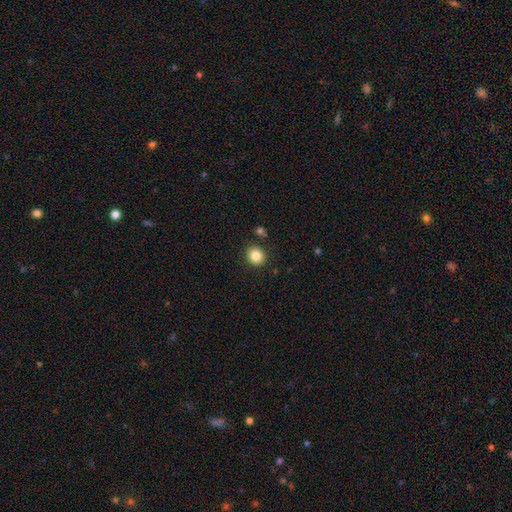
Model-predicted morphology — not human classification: A smooth galaxy with no disk features (84%) that is round (79%).

Vote fractions:
- Smooth or featured? smooth: 84% / star or artifact: 10% / featured or disk: 6%
- How rounded? round: 79% / in between: 20% / cigar-shaped: 1%
- Merging? none: 88% / minor disturbance: 7% / merger: 3% / major disturbance: 2%